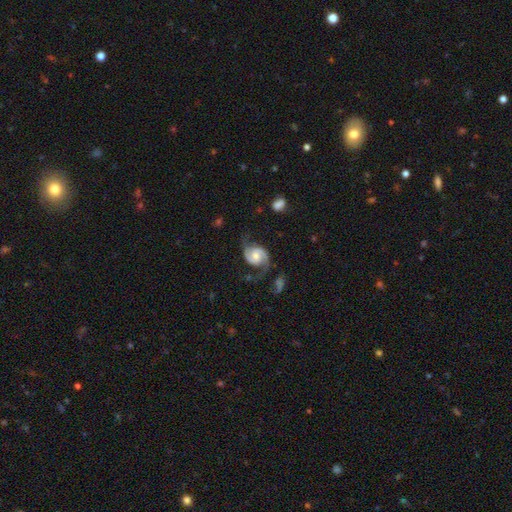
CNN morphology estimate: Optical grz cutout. It shows a featured or disk galaxy (89%) with no bar (57%), 2 (93%) medium (50%) spiral arms (98%) and a moderate central bulge (54%). Merging: none (69%).